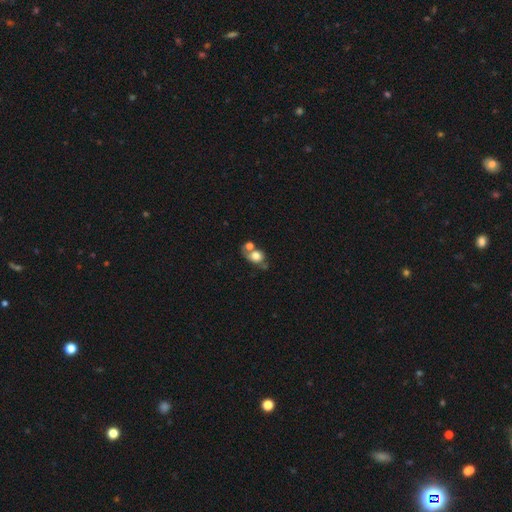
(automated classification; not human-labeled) Smooth or featured?
  - smooth: 69% *
  - featured or disk: 21%
  - star or artifact: 10%
How rounded?
  - in between: 53% *
  - round: 46%
  - cigar-shaped: 2%
Merging?
  - merger: 42% *
  - none: 34%
  - minor disturbance: 15%
  - major disturbance: 9%